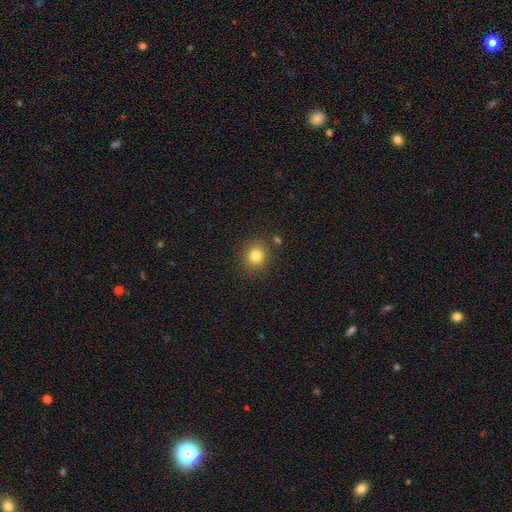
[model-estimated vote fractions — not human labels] Smooth or featured: smooth — 82% (star or artifact — 12%)
How rounded: round — 86% (in between — 13%)
Merging: none — 86% (minor disturbance — 8%)